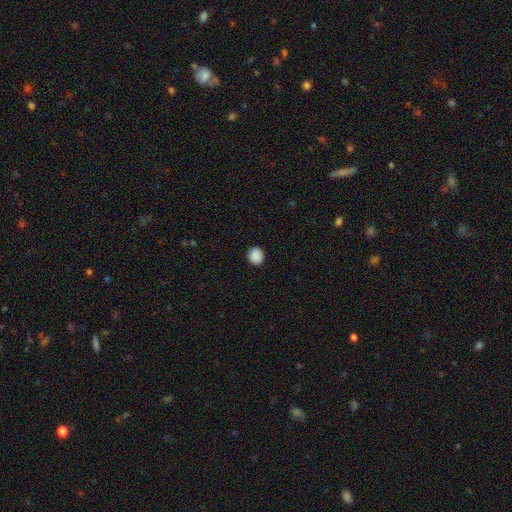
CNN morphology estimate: A smooth galaxy with no disk features (89%) that is round (77%). Merging: none (90%).